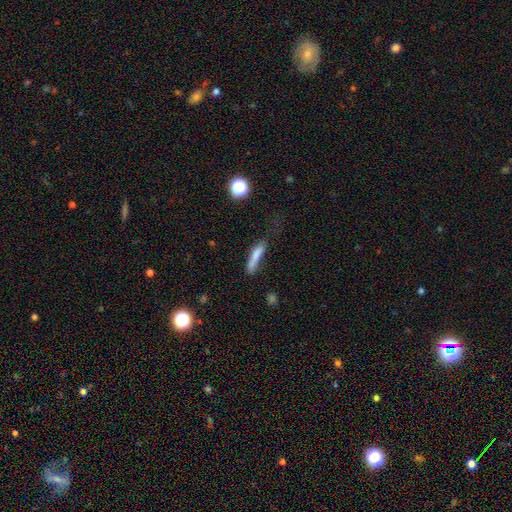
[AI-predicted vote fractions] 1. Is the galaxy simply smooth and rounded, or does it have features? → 76% smooth, 16% featured or disk, 8% star or artifact.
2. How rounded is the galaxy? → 85% cigar-shaped, 13% in between, 2% round.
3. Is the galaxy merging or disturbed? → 51% none, 28% minor disturbance, 15% major disturbance, 6% merger.